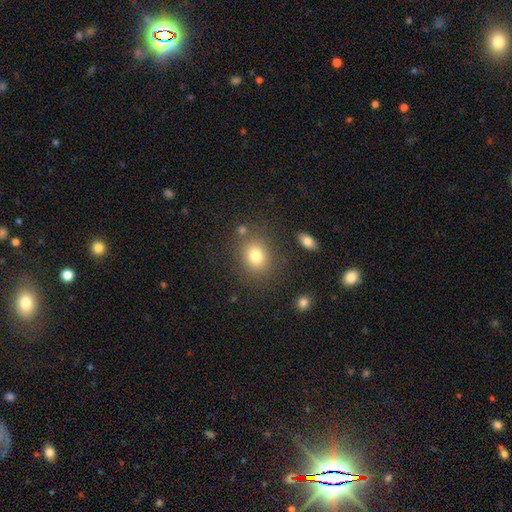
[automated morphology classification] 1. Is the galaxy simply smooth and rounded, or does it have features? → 79% smooth, 12% star or artifact, 9% featured or disk.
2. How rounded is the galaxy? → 58% round, 41% in between, 1% cigar-shaped.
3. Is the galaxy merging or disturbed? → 79% none, 11% minor disturbance, 5% merger, 5% major disturbance.